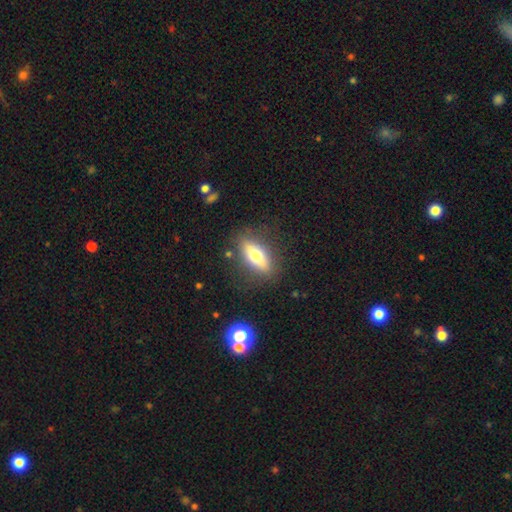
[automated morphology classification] Q: Smooth or featured?
A: smooth (61%); runner-up: featured or disk (31%)
Q: How rounded?
A: in between (65%); runner-up: cigar-shaped (30%)
Q: Merging?
A: none (81%); runner-up: minor disturbance (12%)